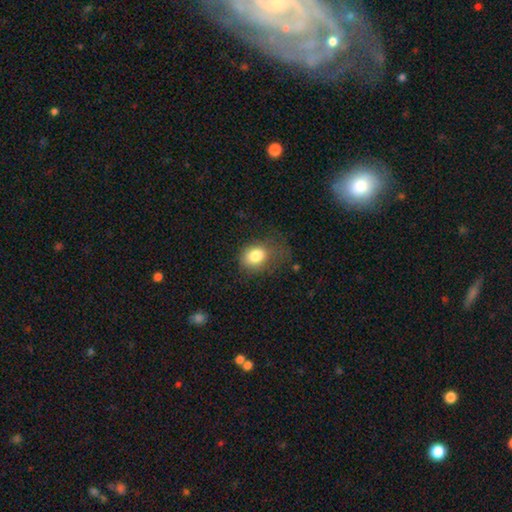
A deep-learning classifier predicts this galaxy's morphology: The model was most divided on "how rounded": in between: 55%, round: 44%, cigar-shaped: 1%. More confident: smooth or featured — smooth (81%); merging — none (55%).